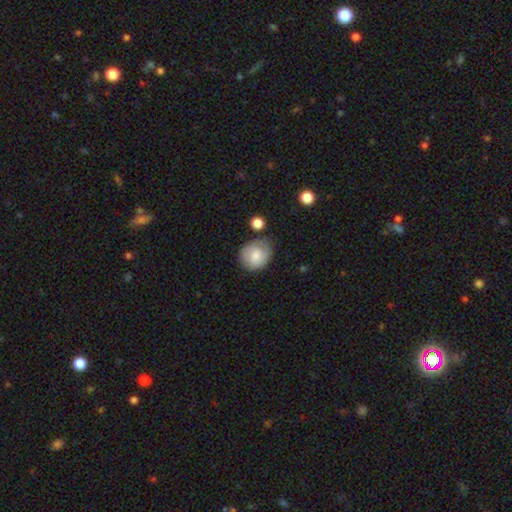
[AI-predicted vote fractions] Smooth or featured: smooth — 75% (featured or disk — 17%)
How rounded: round — 64% (in between — 35%)
Merging: none — 64% (minor disturbance — 24%)